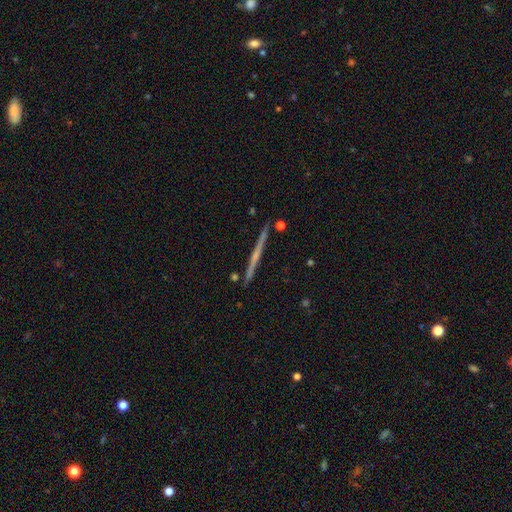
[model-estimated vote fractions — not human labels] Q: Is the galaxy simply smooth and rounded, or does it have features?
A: featured or disk — 71%.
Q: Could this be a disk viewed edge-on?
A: yes — 98%.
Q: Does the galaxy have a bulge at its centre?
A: none — 57%.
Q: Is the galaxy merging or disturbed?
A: none — 90%.